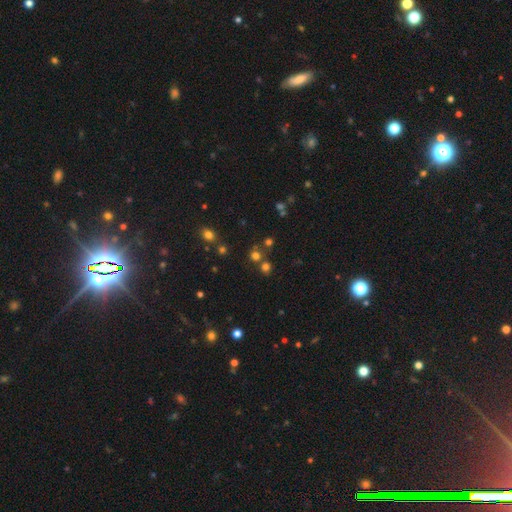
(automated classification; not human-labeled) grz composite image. It shows a smooth galaxy with no disk features (62%) that is round (89%). Merging: none (69%).